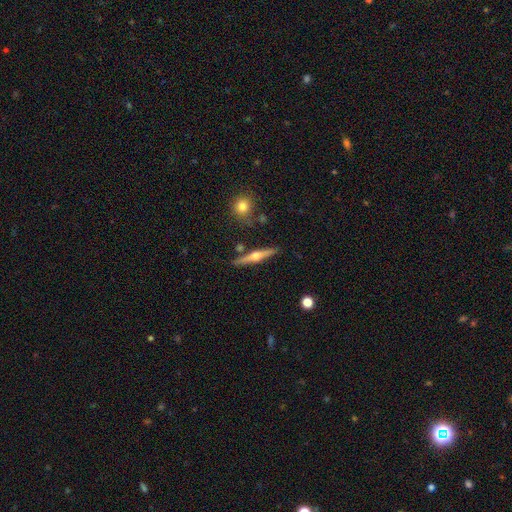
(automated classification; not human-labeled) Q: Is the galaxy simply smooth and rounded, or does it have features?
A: featured or disk — 69%.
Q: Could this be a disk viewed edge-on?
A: yes — 97%.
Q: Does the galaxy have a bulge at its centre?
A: rounded — 91%.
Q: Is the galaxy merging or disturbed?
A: none — 86%.